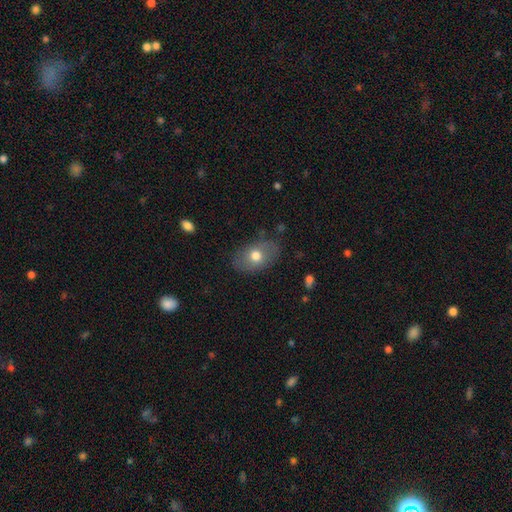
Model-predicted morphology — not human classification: Smooth or featured? smooth (71%)
How rounded? in between (83%)
Merging? none (80%)